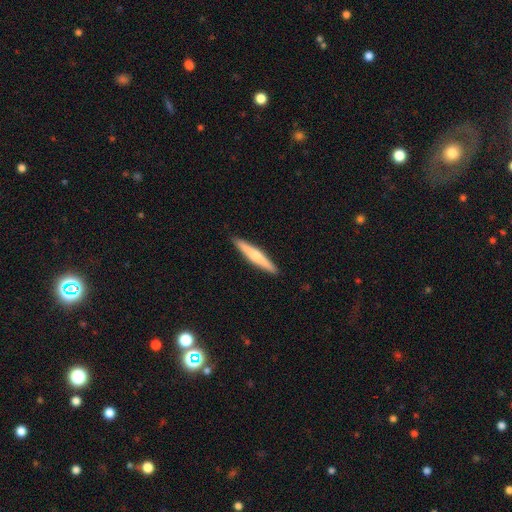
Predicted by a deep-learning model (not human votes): This appears to be a smooth galaxy with no disk features (52%) that is cigar-shaped (94%). Merging: none (91%).